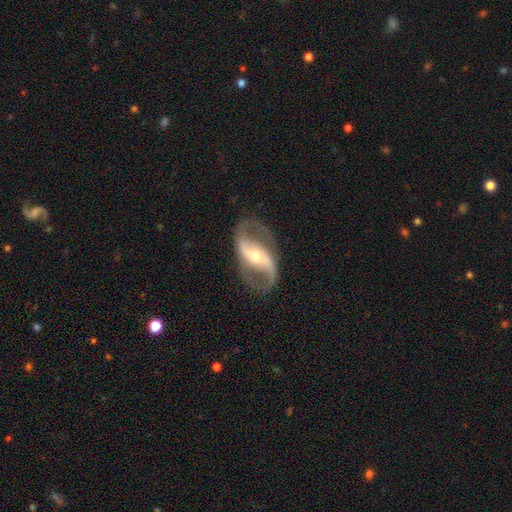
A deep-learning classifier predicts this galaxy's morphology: smooth_or_featured: featured or disk (p=0.90) [alt: smooth p=0.06]
disk_edge_on: no (p=0.96) [alt: yes p=0.04]
bar: strong (p=0.50) [alt: weak p=0.30]
has_spiral_arms: yes (p=0.94) [alt: no p=0.06]
spiral_winding: loose (p=0.52) [alt: medium p=0.39]
spiral_arm_count: 2 (p=0.93) [alt: can't tell p=0.02]
bulge_size: small (p=0.50) [alt: moderate p=0.44]
merging: none (p=0.82) [alt: minor disturbance p=0.11]